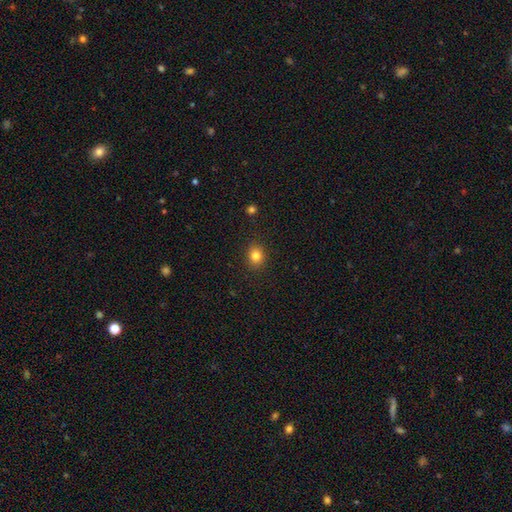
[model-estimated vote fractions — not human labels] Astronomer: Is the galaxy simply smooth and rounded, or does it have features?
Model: smooth — 82%.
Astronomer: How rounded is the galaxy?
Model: round — 67%.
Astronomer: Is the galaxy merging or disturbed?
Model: none — 89%.